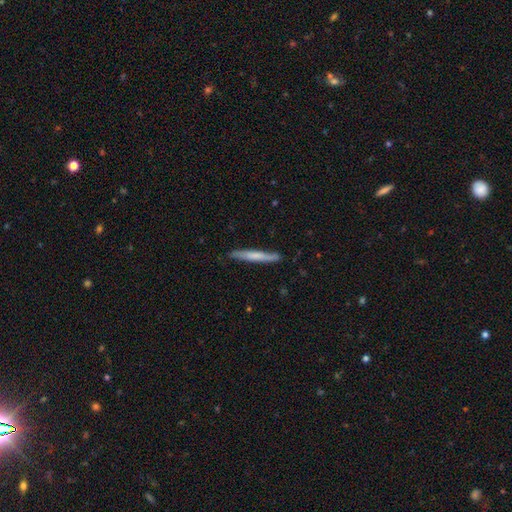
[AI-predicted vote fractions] smooth 61%, featured or disk 34%, star or artifact 5%. Down the decision tree: how rounded — cigar-shaped (96%); merging — none (86%).